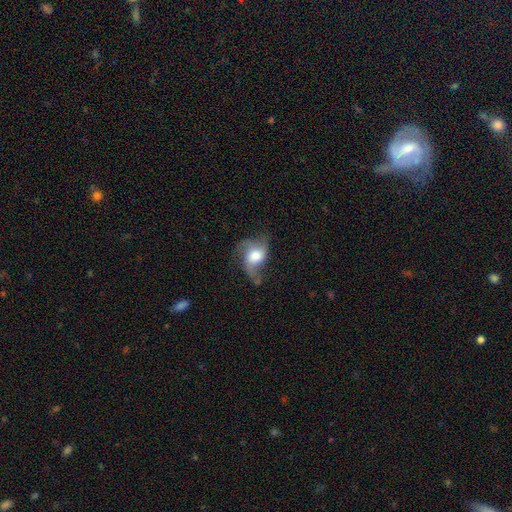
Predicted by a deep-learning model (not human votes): Overall: featured or disk (49%; smooth 42%). Merging: none (35%; major disturbance 33%).